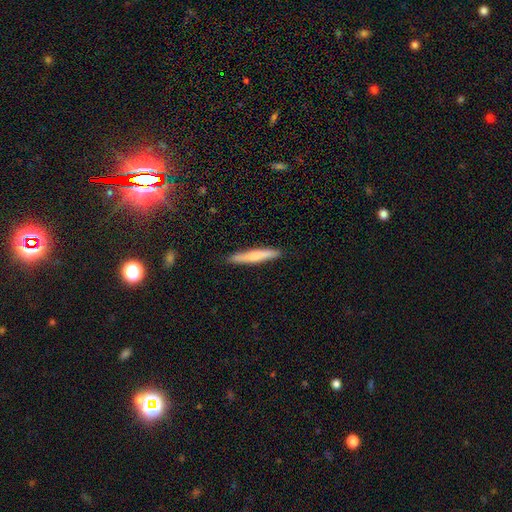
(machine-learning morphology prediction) A smooth galaxy with no disk features (64%) that is cigar-shaped (94%). Merging: none (89%).